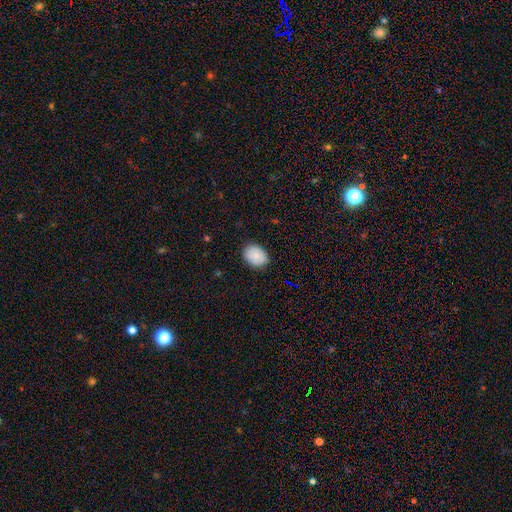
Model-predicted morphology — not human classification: This appears to be a smooth galaxy with no disk features (85%) that is in between round and cigar-shaped (70%). Merging: none (86%).